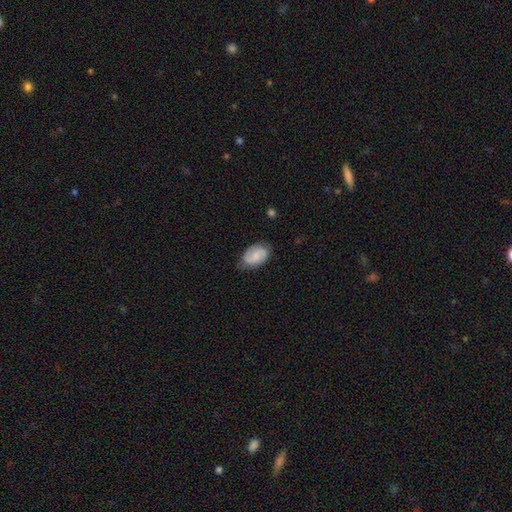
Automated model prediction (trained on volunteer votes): A smooth galaxy with no disk features (47%). Merging: none (70%).